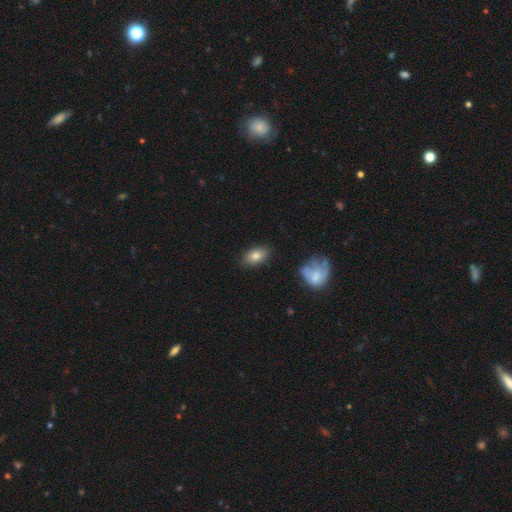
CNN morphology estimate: A smooth galaxy with no disk features (81%) that is in between round and cigar-shaped (88%).

Vote fractions:
- Smooth or featured? smooth: 81% / featured or disk: 11% / star or artifact: 8%
- How rounded? in between: 88% / round: 9% / cigar-shaped: 3%
- Merging? none: 83% / minor disturbance: 13% / major disturbance: 3% / merger: 2%